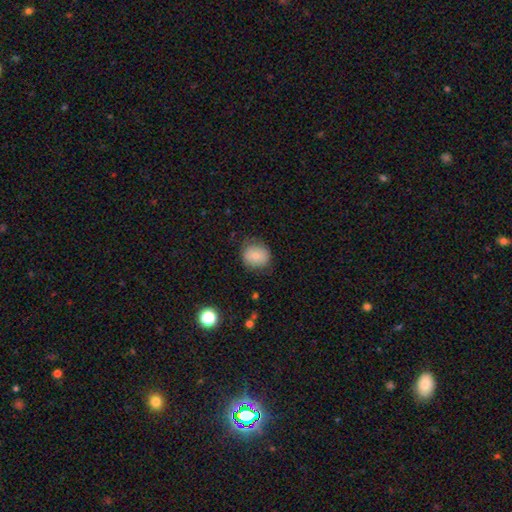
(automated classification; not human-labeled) A smooth galaxy with no disk features (71%) that is round (77%). Merging: none (77%).